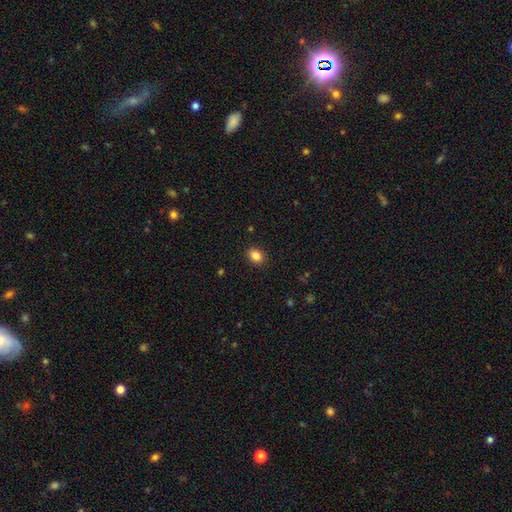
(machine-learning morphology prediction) Smooth or featured? Predicted: smooth (p=0.86). How rounded? Predicted: in between (p=0.66). Merging? Predicted: none (p=0.90).